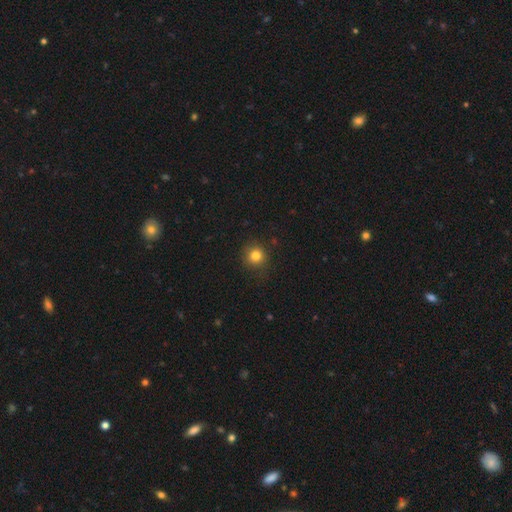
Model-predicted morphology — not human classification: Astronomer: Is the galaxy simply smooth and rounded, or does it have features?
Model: smooth — 81%.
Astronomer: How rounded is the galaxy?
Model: round — 92%.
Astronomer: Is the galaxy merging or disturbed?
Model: none — 85%.